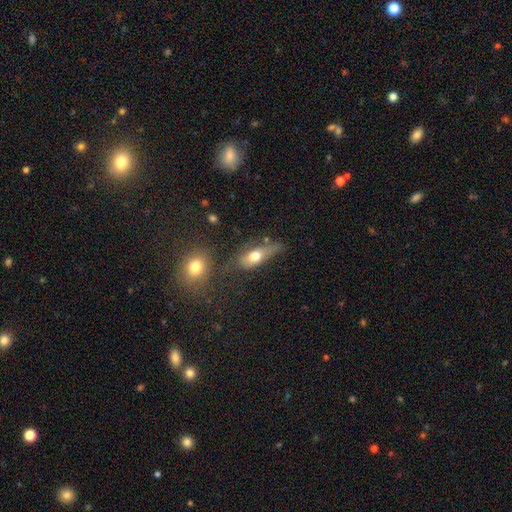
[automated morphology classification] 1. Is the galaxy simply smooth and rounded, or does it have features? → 66% smooth, 25% featured or disk, 9% star or artifact.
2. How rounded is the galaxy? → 67% in between, 23% cigar-shaped, 10% round.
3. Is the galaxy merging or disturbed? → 38% none, 29% minor disturbance, 22% major disturbance, 12% merger.